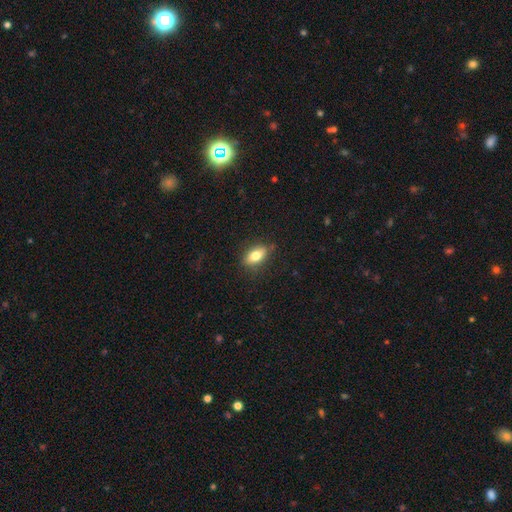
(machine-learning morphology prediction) Overall: smooth (76%). How rounded: in between (85%). Merging: none (82%).